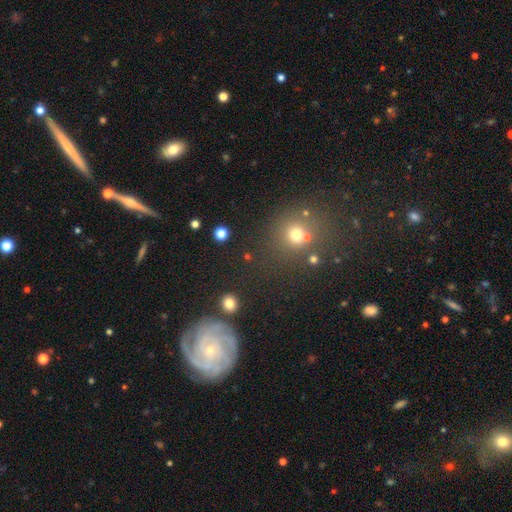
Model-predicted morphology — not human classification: type=star or artifact (37%).